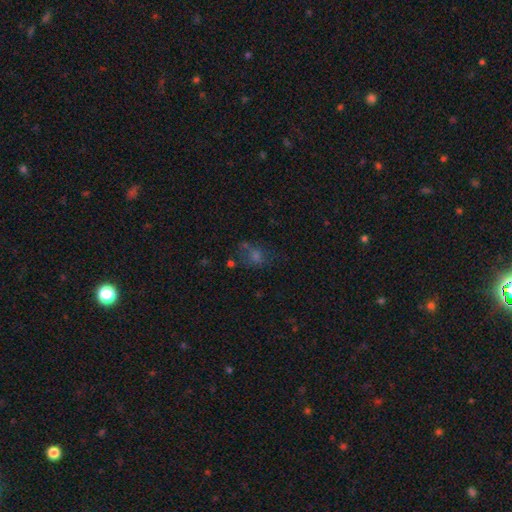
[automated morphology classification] Smooth or featured?
  - smooth: 49% *
  - star or artifact: 33%
  - featured or disk: 19%
Merging?
  - none: 56% *
  - minor disturbance: 19%
  - major disturbance: 13%
  - merger: 12%